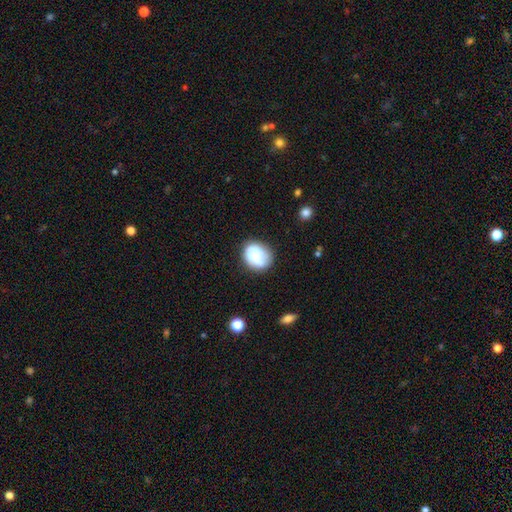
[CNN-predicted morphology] smooth 61%, featured or disk 31%, star or artifact 8%. Down the decision tree: how rounded — round (56%); merging — none (74%).